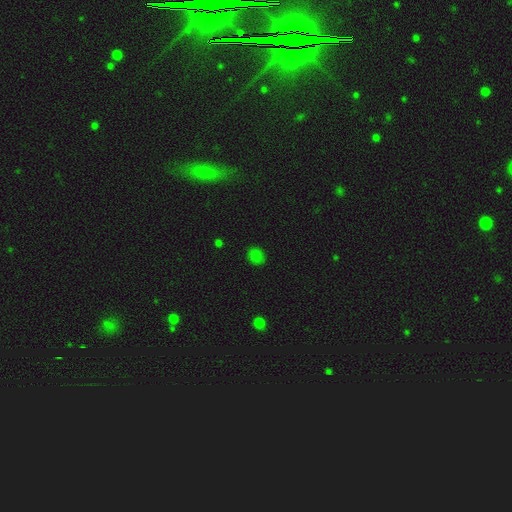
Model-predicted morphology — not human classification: smooth_or_featured: smooth (p=0.76) [alt: star or artifact p=0.20]
how_rounded: round (p=0.71) [alt: in between p=0.27]
merging: none (p=0.85) [alt: minor disturbance p=0.11]